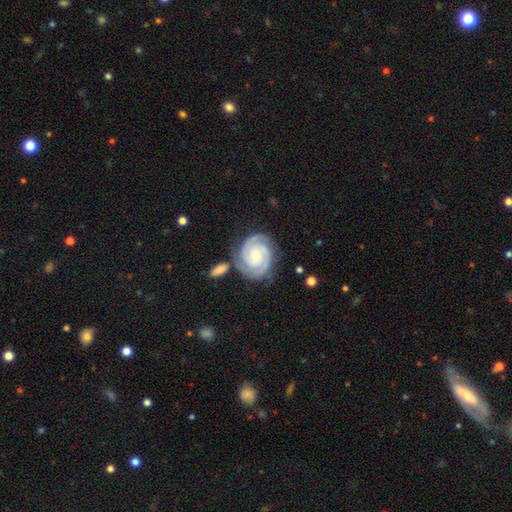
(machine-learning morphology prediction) smooth_or_featured: featured or disk (p=0.86) [alt: smooth p=0.09]
disk_edge_on: no (p=0.98) [alt: yes p=0.02]
bar: no (p=0.61) [alt: weak p=0.31]
has_spiral_arms: yes (p=0.98) [alt: no p=0.02]
spiral_winding: tight (p=0.74) [alt: medium p=0.23]
spiral_arm_count: 2 (p=0.64) [alt: 3 p=0.19]
bulge_size: small (p=0.56) [alt: moderate p=0.24]
merging: none (p=0.70) [alt: minor disturbance p=0.14]